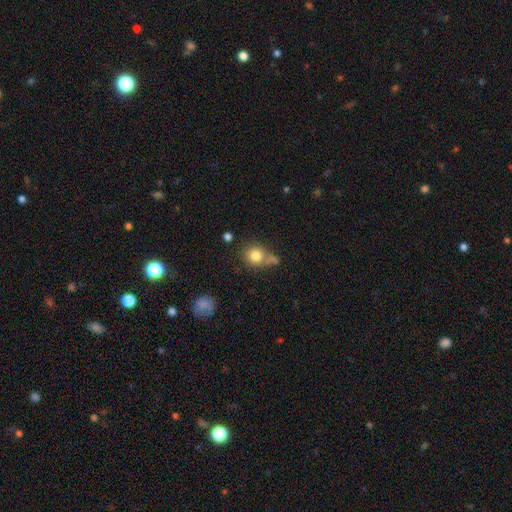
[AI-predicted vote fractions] Q: Smooth or featured?
A: smooth (80%); runner-up: star or artifact (11%)
Q: How rounded?
A: round (85%); runner-up: in between (14%)
Q: Merging?
A: none (58%); runner-up: merger (21%)